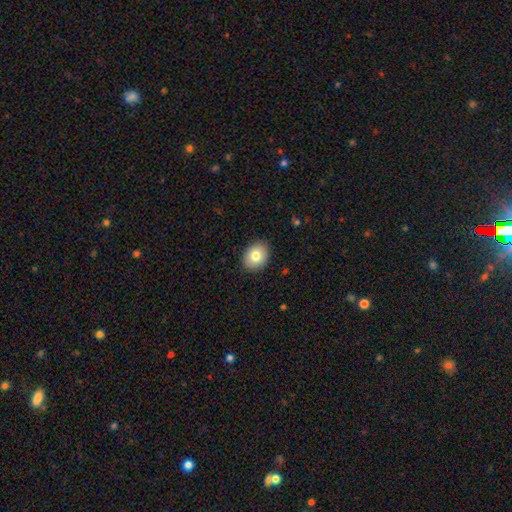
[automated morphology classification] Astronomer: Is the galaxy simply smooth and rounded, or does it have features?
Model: smooth — 81%.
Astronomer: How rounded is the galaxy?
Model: in between — 60% (runner-up: round, 39%).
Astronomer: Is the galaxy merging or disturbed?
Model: none — 88%.